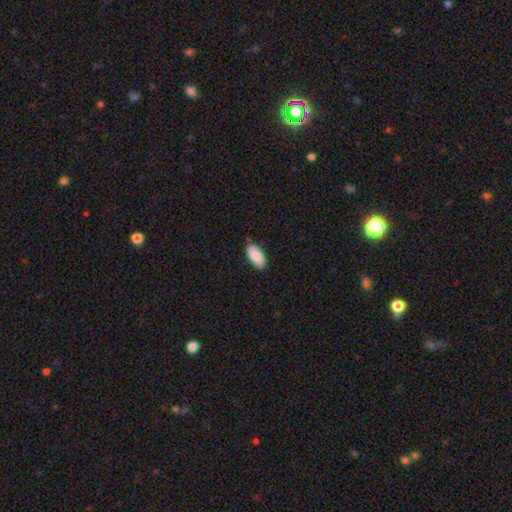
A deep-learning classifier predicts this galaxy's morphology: Smooth or featured: smooth — 88% (featured or disk — 6%)
How rounded: in between — 92% (cigar-shaped — 6%)
Merging: none — 81% (minor disturbance — 15%)